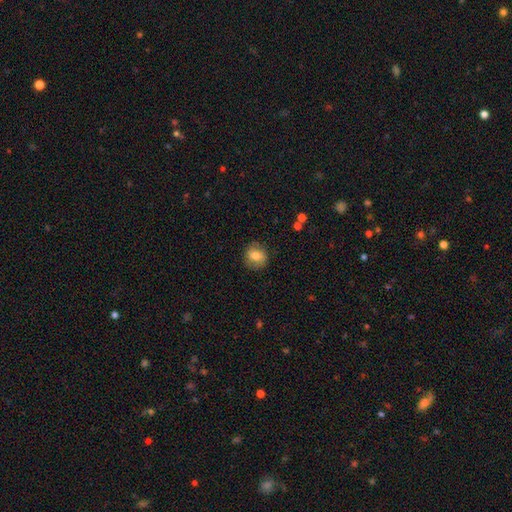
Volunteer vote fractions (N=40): Smooth or featured? 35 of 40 (88%) said smooth. How rounded? 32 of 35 (91%) said round. Merging? 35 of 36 (97%) said none.